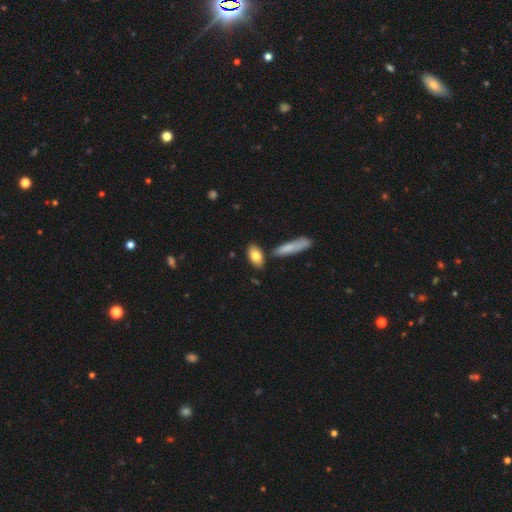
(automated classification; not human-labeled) A smooth galaxy with no disk features (81%) that is in between round and cigar-shaped (84%). Merging: none (76%).